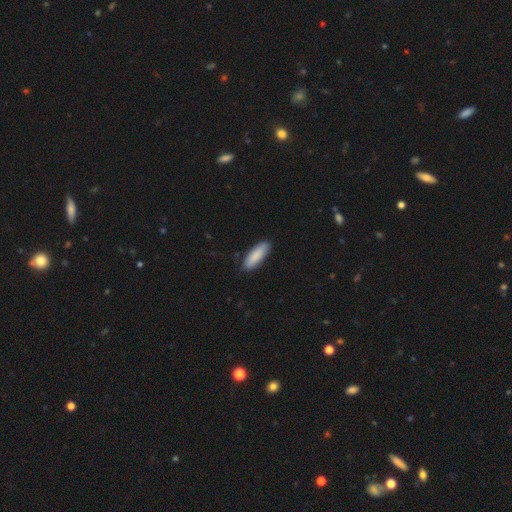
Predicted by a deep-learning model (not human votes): The model was most divided on "how rounded": in between: 58%, cigar-shaped: 40%, round: 1%. More confident: smooth or featured — smooth (88%); merging — none (85%).